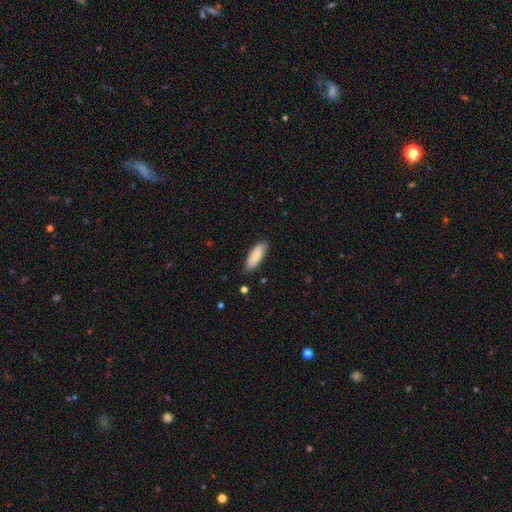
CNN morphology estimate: smooth 82%, featured or disk 12%, star or artifact 6%. Down the decision tree: how rounded — in between (66%); merging — none (83%).